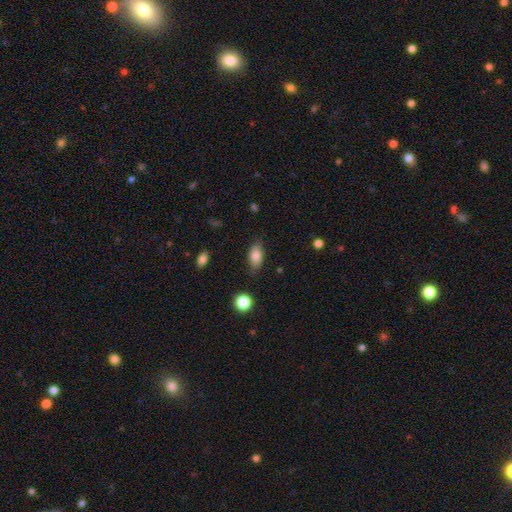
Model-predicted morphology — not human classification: Q: Smooth or featured?
A: smooth (82%); runner-up: featured or disk (10%)
Q: How rounded?
A: in between (88%); runner-up: cigar-shaped (6%)
Q: Merging?
A: none (80%); runner-up: minor disturbance (15%)